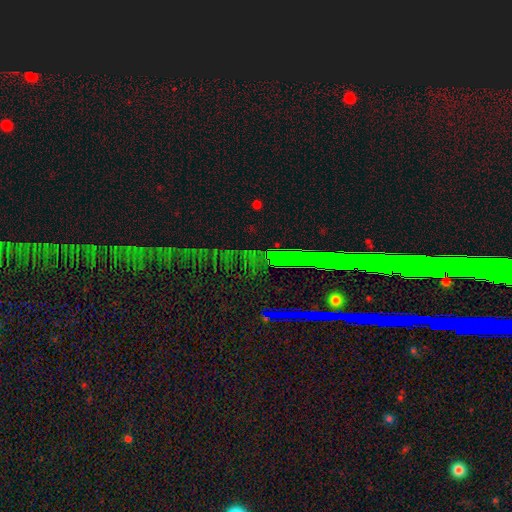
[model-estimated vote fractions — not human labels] Smooth or featured: star or artifact — 74% (featured or disk — 14%)